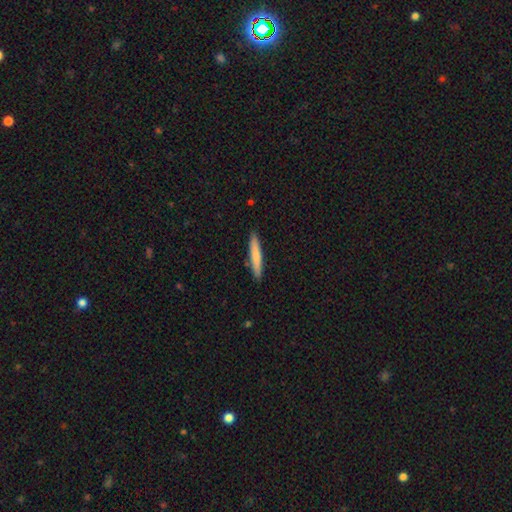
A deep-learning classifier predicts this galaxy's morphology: Overall: smooth (74%). How rounded: cigar-shaped (94%). Merging: none (90%).